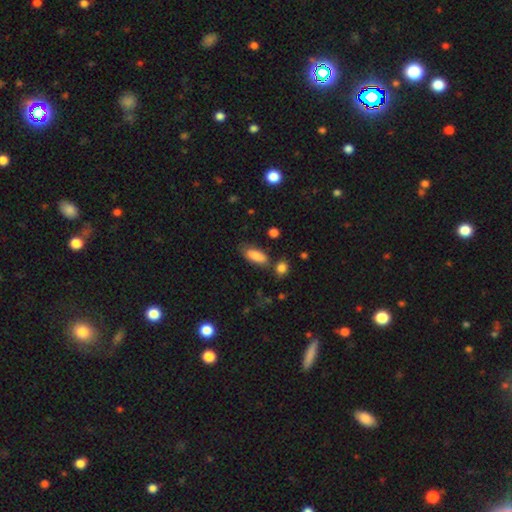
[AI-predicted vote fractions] smooth_or_featured: smooth (p=0.83) [alt: featured or disk p=0.10]
how_rounded: in between (p=0.79) [alt: cigar-shaped p=0.18]
merging: none (p=0.69) [alt: minor disturbance p=0.20]